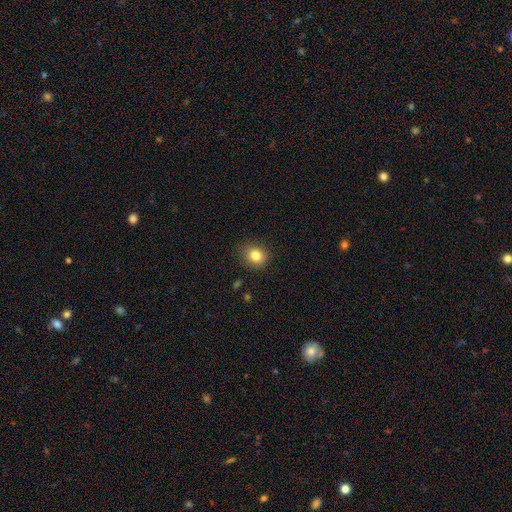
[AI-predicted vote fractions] smooth 83%, star or artifact 11%, featured or disk 6%. Down the decision tree: how rounded — round (69%); merging — none (83%).